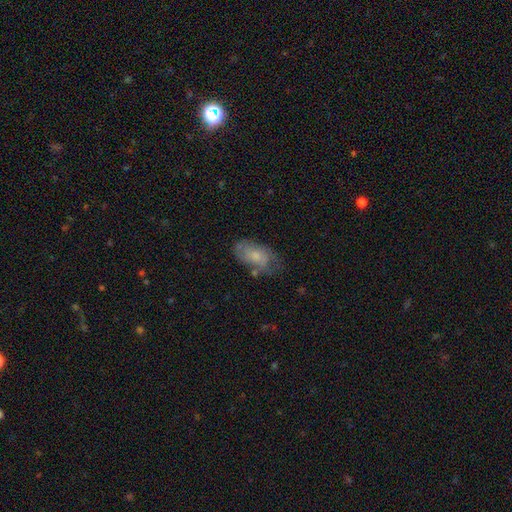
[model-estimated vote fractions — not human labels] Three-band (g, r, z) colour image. It shows a smooth galaxy with no disk features (59%) that is in between round and cigar-shaped (91%). Merging: none (52%).